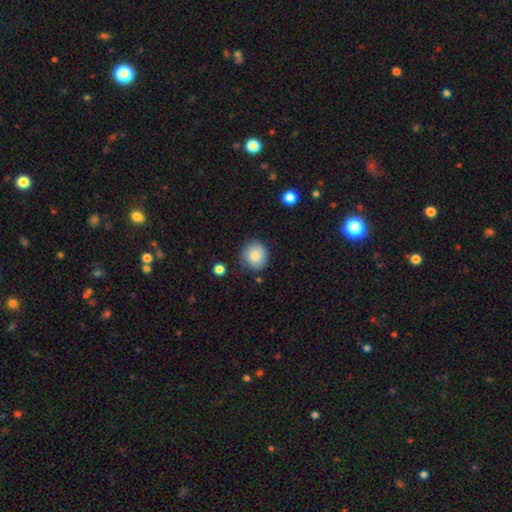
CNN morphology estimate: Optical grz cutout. It shows a smooth galaxy with no disk features (84%) that is round (89%). Merging: none (80%).